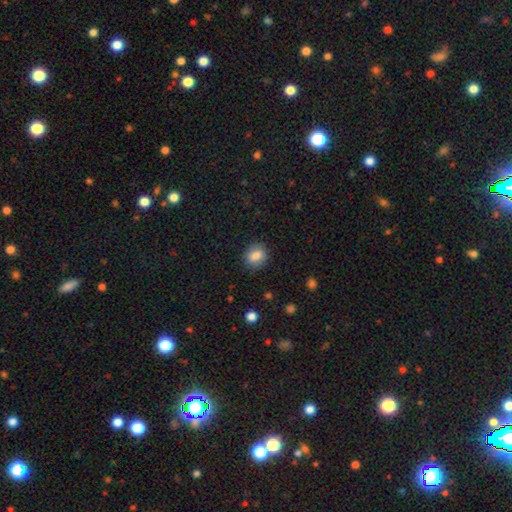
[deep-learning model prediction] Smooth or featured: smooth — 81% (featured or disk — 11%)
How rounded: round — 52% (in between — 47%)
Merging: none — 84% (minor disturbance — 12%)